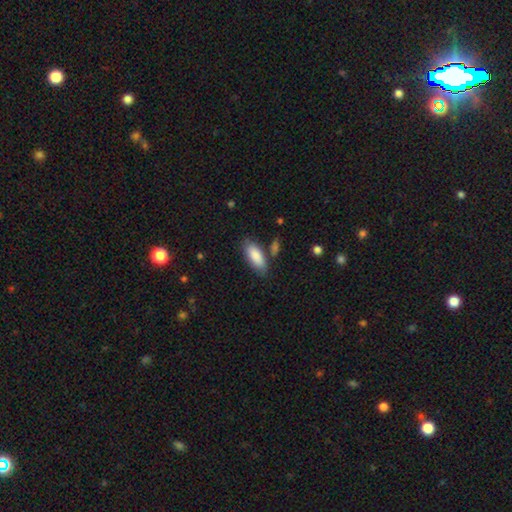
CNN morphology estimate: Smooth or featured?
  - smooth: 86% *
  - featured or disk: 8%
  - star or artifact: 6%
How rounded?
  - in between: 79% *
  - cigar-shaped: 19%
  - round: 2%
Merging?
  - none: 77% *
  - minor disturbance: 14%
  - merger: 6%
  - major disturbance: 3%